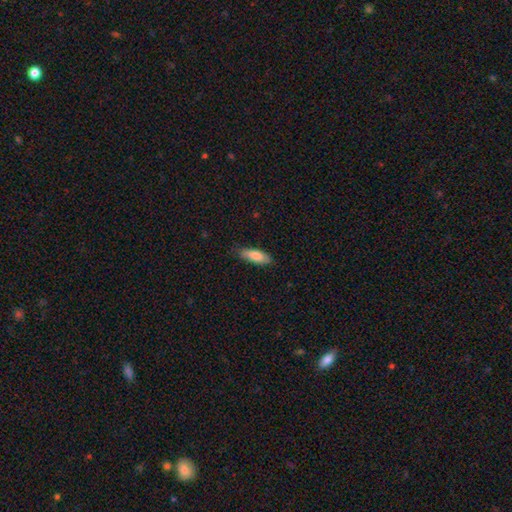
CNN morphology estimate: A smooth galaxy with no disk features (83%) that is in between round and cigar-shaped (61%). Merging: none (77%).